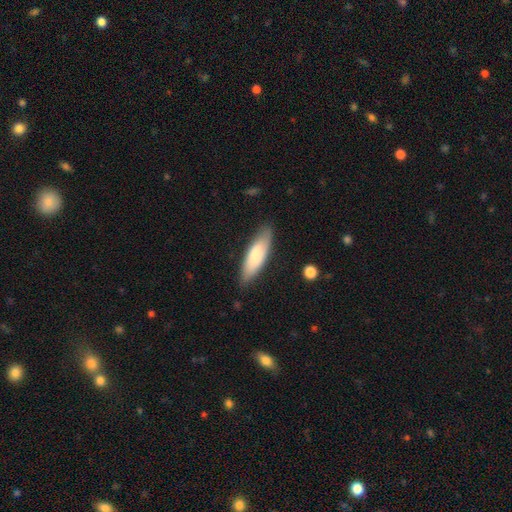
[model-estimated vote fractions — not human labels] Smooth or featured?
  - smooth: 75% *
  - featured or disk: 20%
  - star or artifact: 5%
How rounded?
  - in between: 51% *
  - cigar-shaped: 47%
  - round: 2%
Merging?
  - none: 81% *
  - minor disturbance: 15%
  - major disturbance: 3%
  - merger: 1%